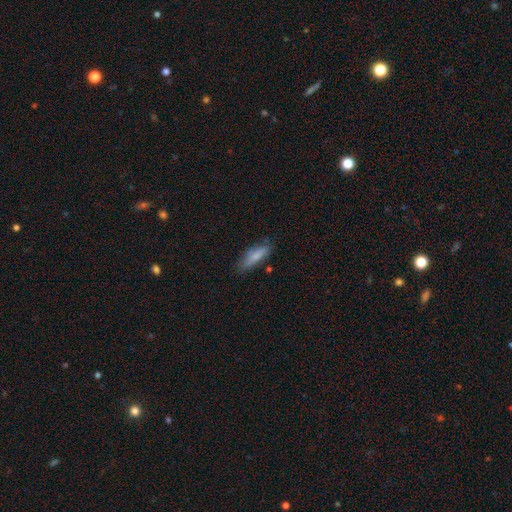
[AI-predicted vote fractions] Overall: smooth (79%). How rounded: cigar-shaped (55%; in between 44%). Merging: none (70%).